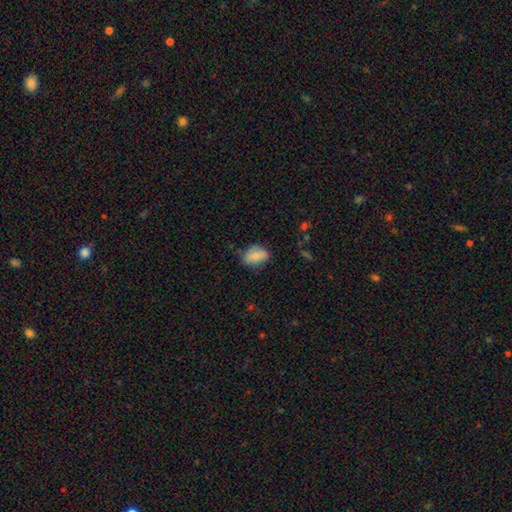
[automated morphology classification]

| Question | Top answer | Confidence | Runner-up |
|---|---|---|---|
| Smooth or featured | smooth | 75% | featured or disk (18%) |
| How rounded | in between | 80% | round (18%) |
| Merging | none | 69% | minor disturbance (24%) |